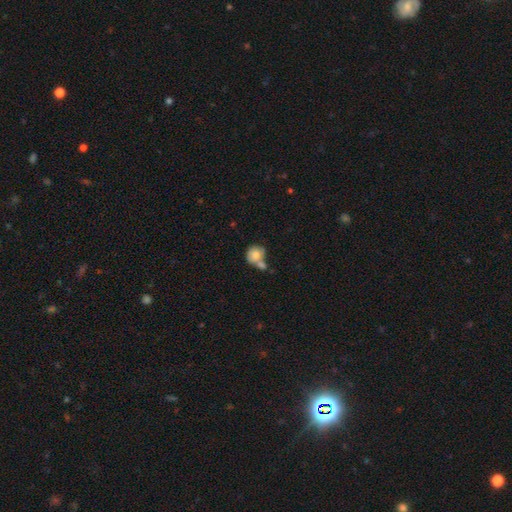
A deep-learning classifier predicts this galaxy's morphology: This appears to be a smooth galaxy with no disk features (74%) that is round (80%). Merging: merger (45%).